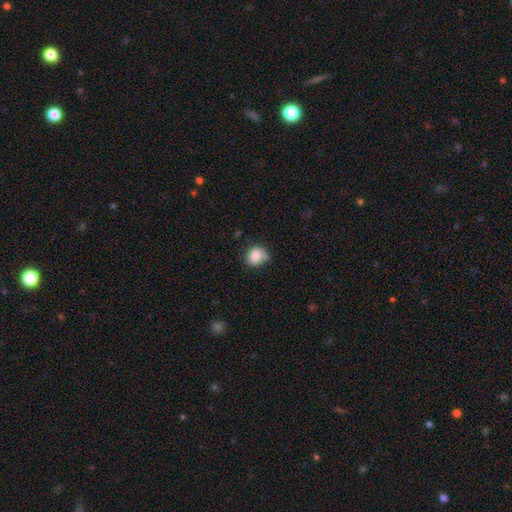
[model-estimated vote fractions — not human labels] smooth 84%, star or artifact 9%, featured or disk 7%. Down the decision tree: how rounded — round (78%); merging — none (58%).